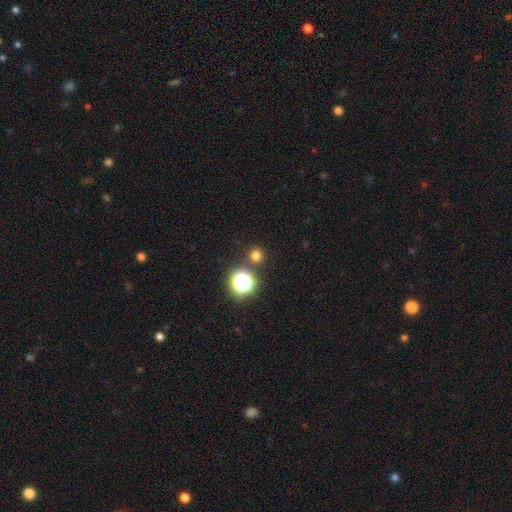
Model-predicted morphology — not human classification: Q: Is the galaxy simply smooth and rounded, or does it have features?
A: smooth — 70%.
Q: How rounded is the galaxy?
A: round — 93%.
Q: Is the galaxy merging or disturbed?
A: none — 86%.